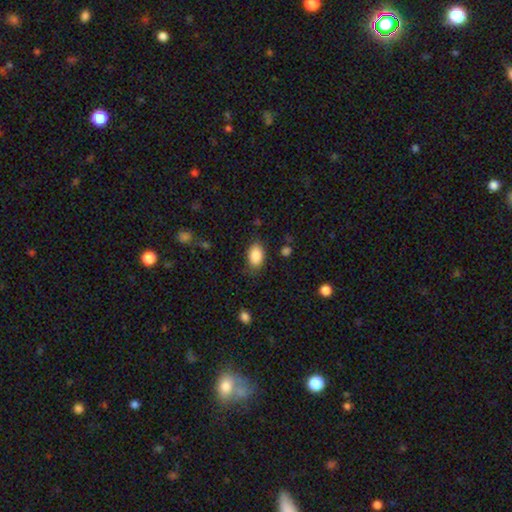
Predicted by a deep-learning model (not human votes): This appears to be a smooth galaxy with no disk features (88%) that is in between round and cigar-shaped (89%). Merging: none (76%).